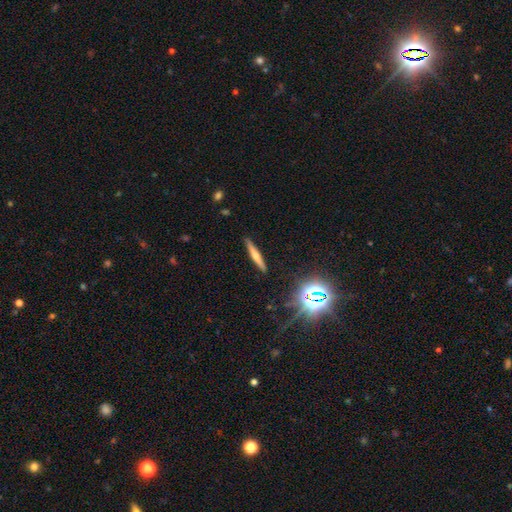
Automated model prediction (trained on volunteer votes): Smooth or featured?
  - featured or disk: 51% *
  - smooth: 38%
  - star or artifact: 11%
Edge-on disk?
  - yes: 96% *
  - no: 4%
Merging?
  - none: 90% *
  - minor disturbance: 7%
  - major disturbance: 2%
  - merger: 1%